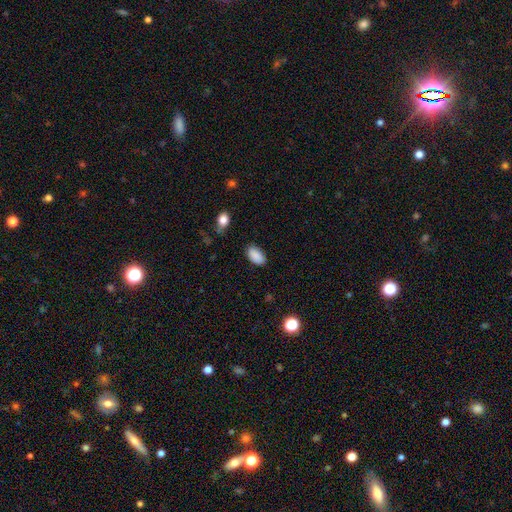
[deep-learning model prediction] Smooth or featured? Predicted: smooth (p=0.89). How rounded? Predicted: in between (p=0.94). Merging? Predicted: none (p=0.83).